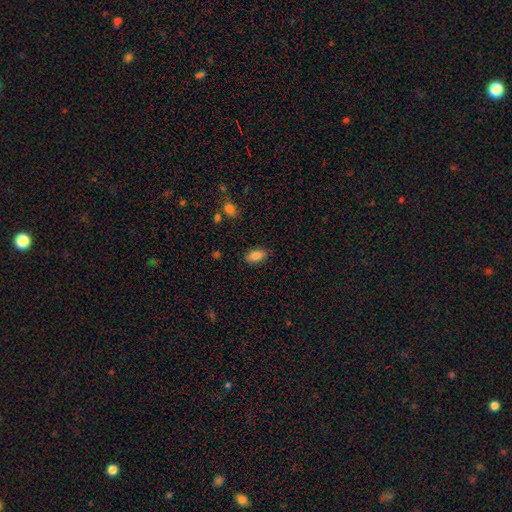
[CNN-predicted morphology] smooth_or_featured: smooth (p=0.85) [alt: star or artifact p=0.08]
how_rounded: in between (p=0.90) [alt: cigar-shaped p=0.06]
merging: none (p=0.85) [alt: minor disturbance p=0.11]